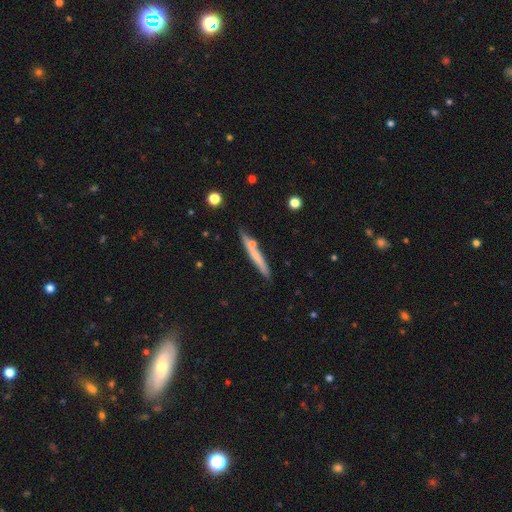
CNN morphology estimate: Smooth or featured? smooth (58%)
How rounded? cigar-shaped (95%)
Merging? none (79%)